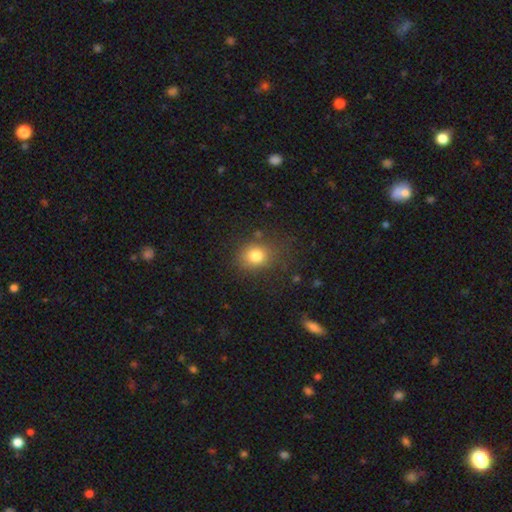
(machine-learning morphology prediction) A smooth galaxy with no disk features (80%) that is round (66%).

Vote fractions:
- Smooth or featured? smooth: 80% / star or artifact: 12% / featured or disk: 8%
- How rounded? round: 66% / in between: 33% / cigar-shaped: 1%
- Merging? none: 76% / minor disturbance: 15% / major disturbance: 7% / merger: 2%